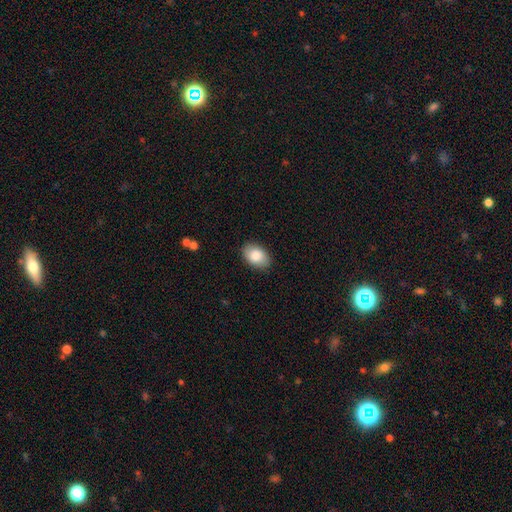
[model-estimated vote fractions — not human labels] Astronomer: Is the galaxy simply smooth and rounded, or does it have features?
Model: smooth — 86%.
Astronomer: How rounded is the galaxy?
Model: in between — 88%.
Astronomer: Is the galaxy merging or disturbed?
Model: none — 87%.